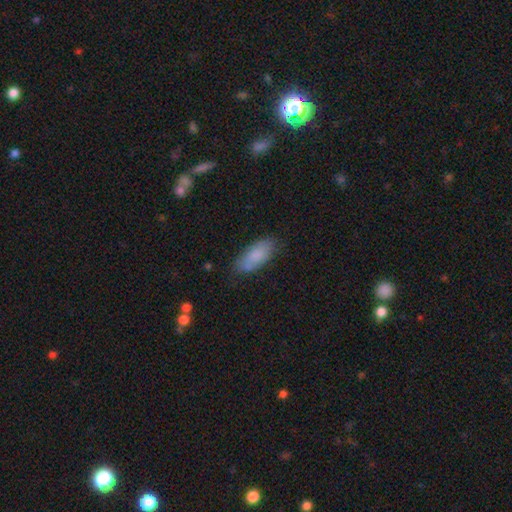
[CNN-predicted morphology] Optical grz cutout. It shows a smooth galaxy with no disk features (82%) that is in between round and cigar-shaped (83%). Merging: none (74%).